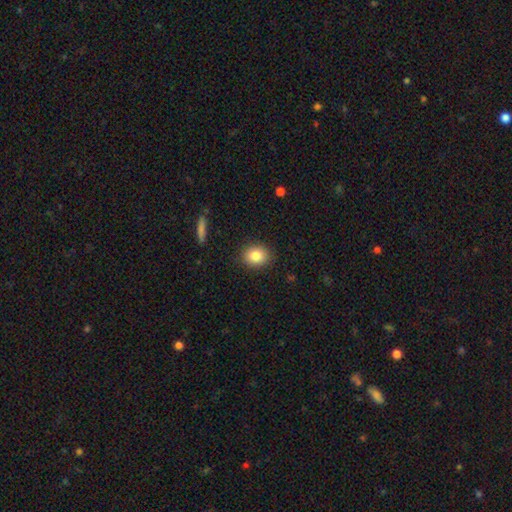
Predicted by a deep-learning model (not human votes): Smooth or featured? Predicted: smooth (p=0.84). How rounded? Predicted: round (p=0.60). Merging? Predicted: none (p=0.89).